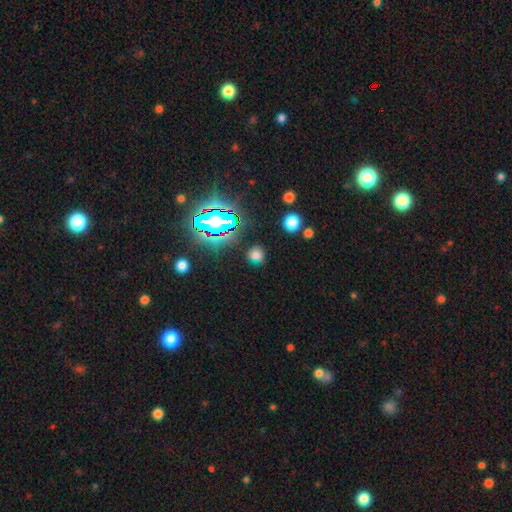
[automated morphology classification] A smooth galaxy with no disk features (64%) that is round (76%). Merging: none (79%).